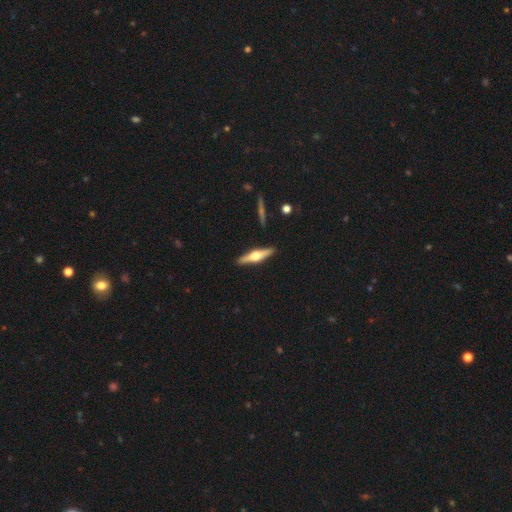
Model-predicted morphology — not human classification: type=featured or disk (69%); edge-on=yes (97%); edge-on bulge=rounded (95%); merging=none (91%).